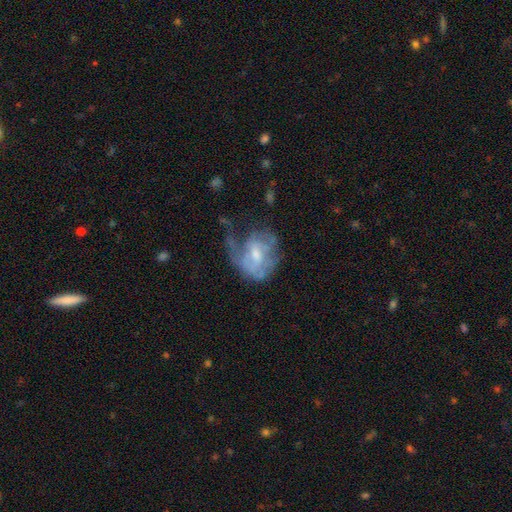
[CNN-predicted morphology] Smooth or featured? Predicted: featured or disk (p=0.63). Edge-on disk? Predicted: no (p=0.97). Bar? Predicted: no (p=0.49). Spiral arms? Predicted: yes (p=0.60). Bulge size? Predicted: moderate (p=0.49). Merging? Predicted: major disturbance (p=0.42).